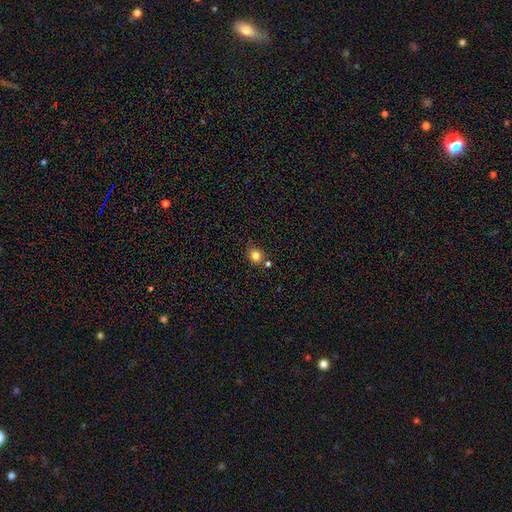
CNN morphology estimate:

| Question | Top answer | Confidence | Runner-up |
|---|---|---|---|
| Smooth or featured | smooth | 81% | star or artifact (13%) |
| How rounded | round | 82% | in between (17%) |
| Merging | none | 75% | minor disturbance (11%) |